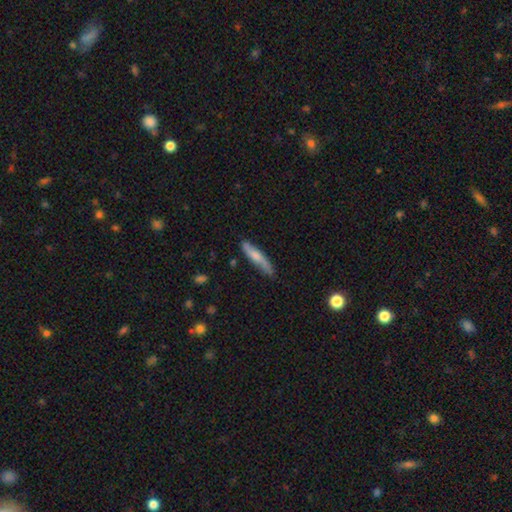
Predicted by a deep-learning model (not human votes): Morphology: type=smooth (60%); roundness=cigar-shaped (86%); merging=none (74%).